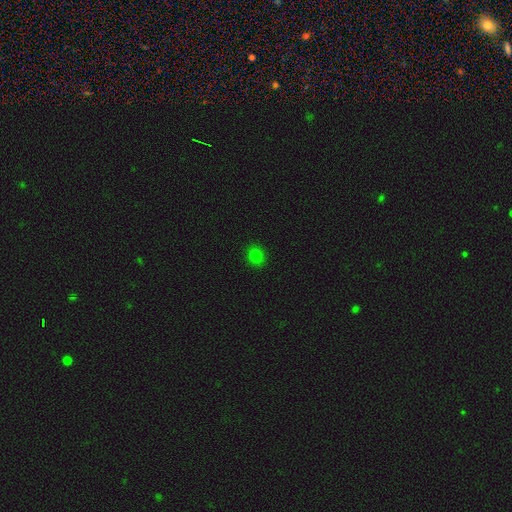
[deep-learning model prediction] Overall: smooth (78%). How rounded: round (75%). Merging: none (90%).